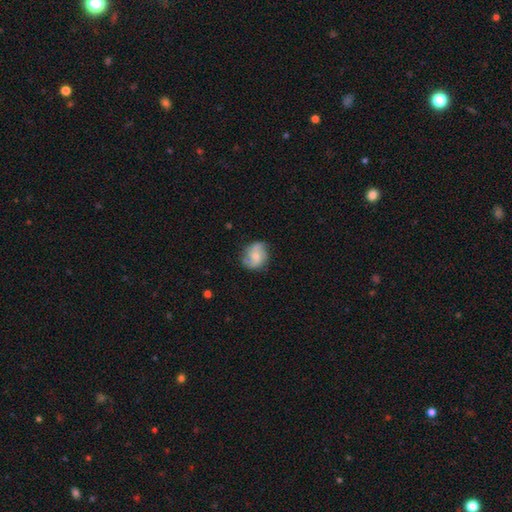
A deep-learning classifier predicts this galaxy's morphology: featured or disk 56%, smooth 36%, star or artifact 7%. Down the decision tree: edge-on disk — no (98%); bar — no (60%); spiral arms — yes (89%); bulge size — small (43%); merging — none (74%).